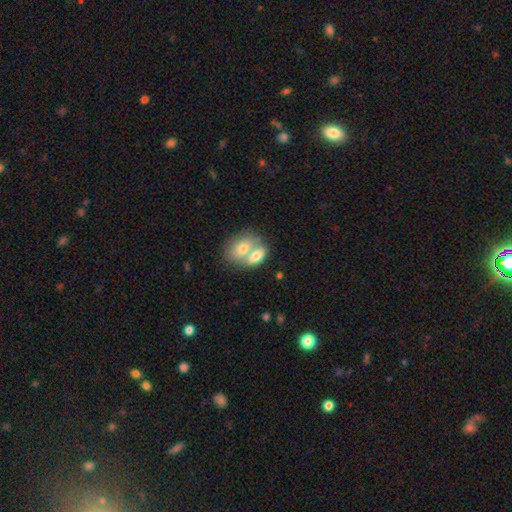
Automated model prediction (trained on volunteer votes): Smooth or featured? smooth (73%)
How rounded? in between (79%)
Merging? merger (72%)